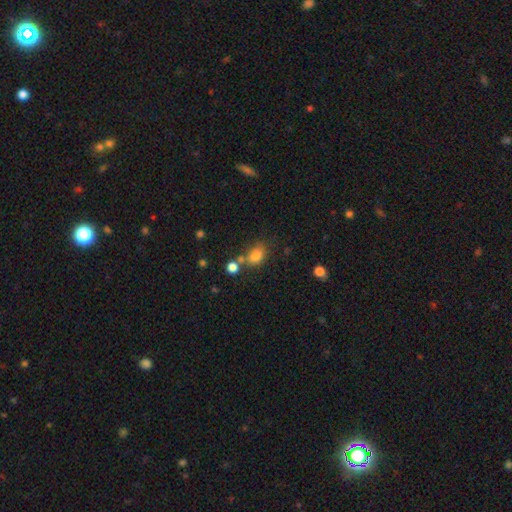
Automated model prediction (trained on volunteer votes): smooth_or_featured: smooth (p=0.80) [alt: star or artifact p=0.12]
how_rounded: in between (p=0.73) [alt: round p=0.25]
merging: none (p=0.55) [alt: merger p=0.21]